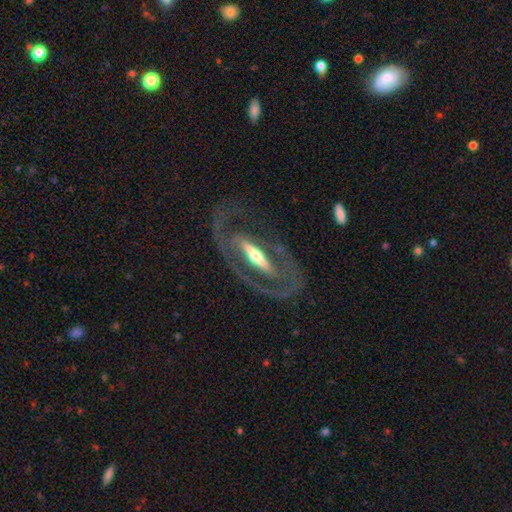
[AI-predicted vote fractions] Smooth or featured? featured or disk (84%)
Edge-on disk? no (70%)
Bar? strong (68%)
Spiral arms? yes (64%)
Bulge size? moderate (63%)
Merging? none (63%)